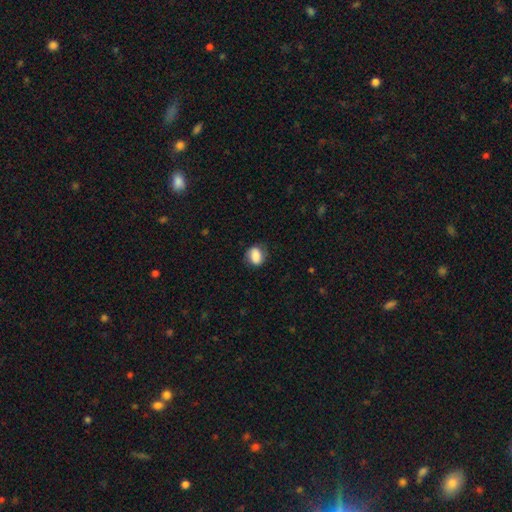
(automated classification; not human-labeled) A smooth galaxy with no disk features (80%) that is in between round and cigar-shaped (56%).

Vote fractions:
- Smooth or featured? smooth: 80% / featured or disk: 12% / star or artifact: 8%
- How rounded? in between: 56% / round: 43% / cigar-shaped: 1%
- Merging? none: 71% / minor disturbance: 21% / major disturbance: 7% / merger: 1%